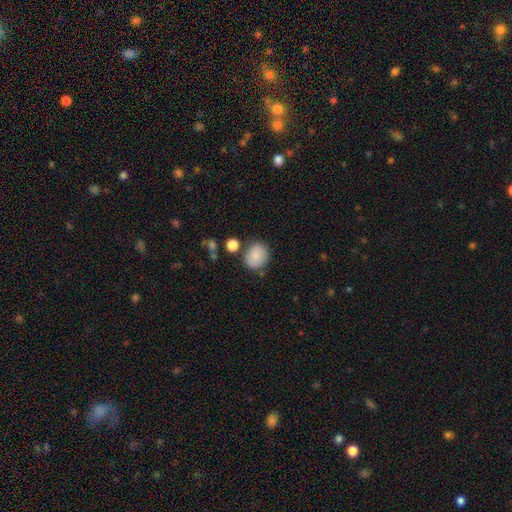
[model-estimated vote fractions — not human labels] smooth 85%, star or artifact 8%, featured or disk 7%. Down the decision tree: how rounded — round (65%); merging — none (75%).